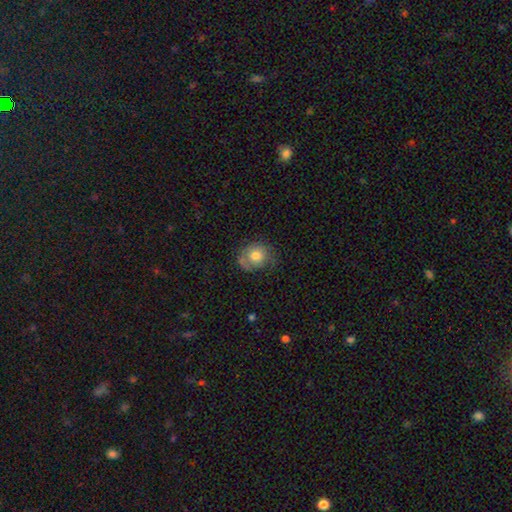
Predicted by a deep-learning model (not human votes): smooth-or-featured: smooth: 69% | featured or disk: 23% | star or artifact: 8%
  how-rounded: round: 69% | in between: 30% | cigar-shaped: 1%
  merging: none: 57% | minor disturbance: 27% | major disturbance: 13% | merger: 2%